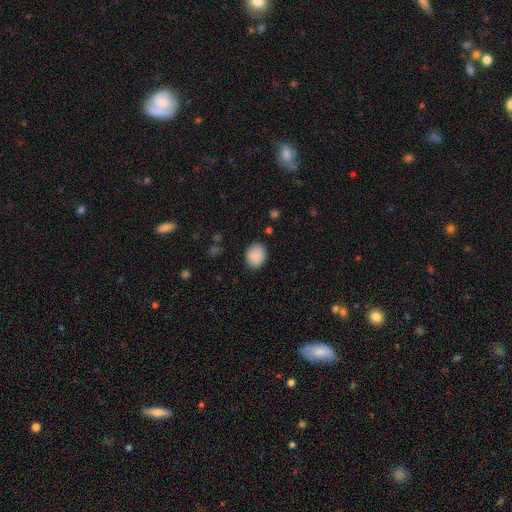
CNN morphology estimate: Smooth or featured: smooth — 88% (star or artifact — 7%)
How rounded: in between — 54% (round — 45%)
Merging: none — 83% (minor disturbance — 13%)